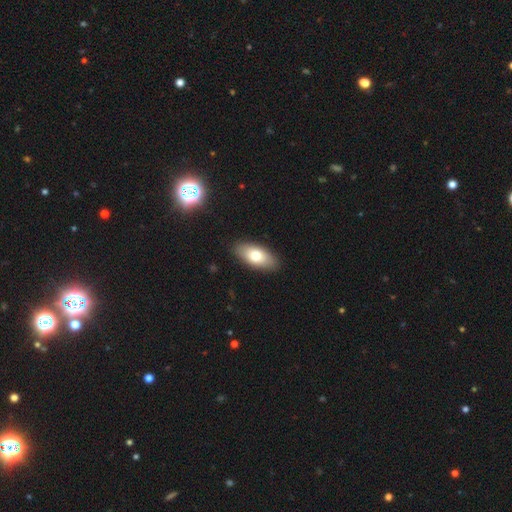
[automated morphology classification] Smooth or featured: smooth — 73% (featured or disk — 20%)
How rounded: in between — 89% (cigar-shaped — 8%)
Merging: none — 88% (minor disturbance — 9%)